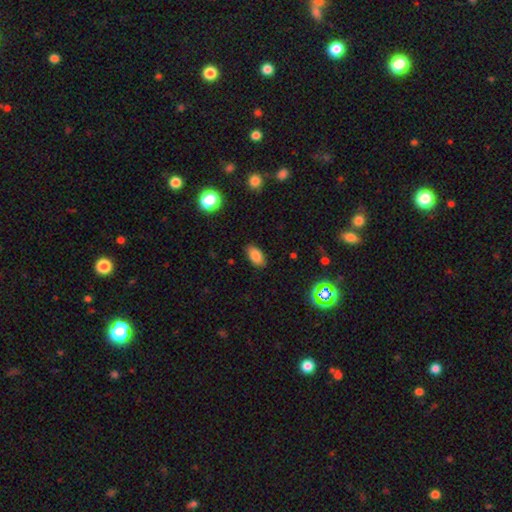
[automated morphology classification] smooth_or_featured: smooth (p=0.82) [alt: star or artifact p=0.10]
how_rounded: in between (p=0.92) [alt: round p=0.05]
merging: none (p=0.87) [alt: minor disturbance p=0.10]